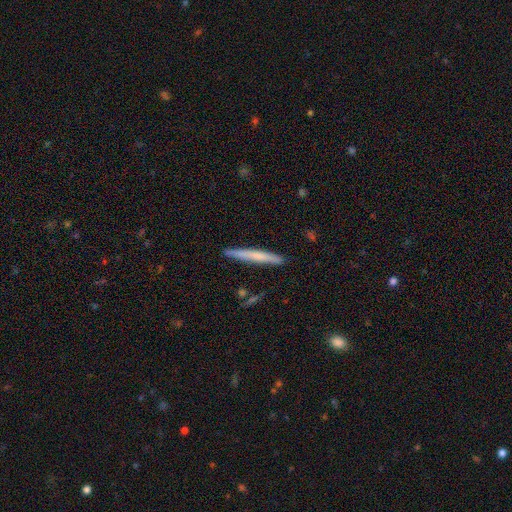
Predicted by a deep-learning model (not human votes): smooth 62%, featured or disk 32%, star or artifact 6%. Down the decision tree: how rounded — cigar-shaped (96%); merging — none (89%).